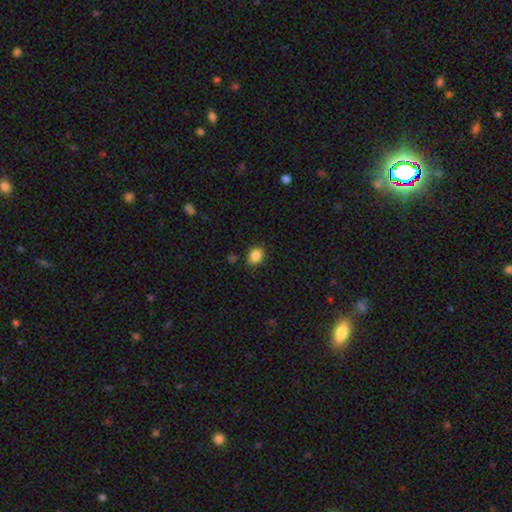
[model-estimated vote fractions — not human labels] The model was most divided on "how rounded": in between: 58%, round: 41%, cigar-shaped: 1%. More confident: smooth or featured — smooth (87%); merging — none (86%).